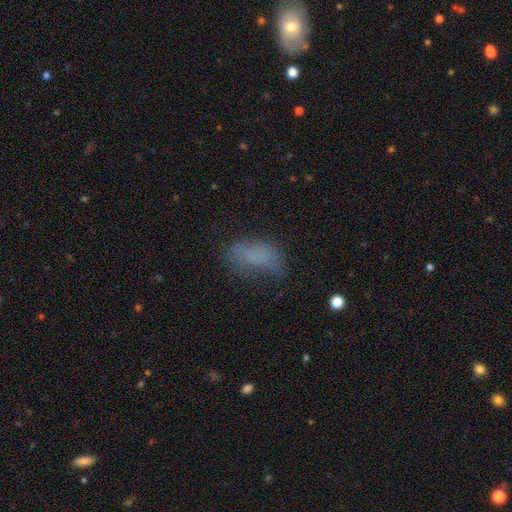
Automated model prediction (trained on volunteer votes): This is likely a smooth galaxy (73%). How rounded: clearly in between (88%). Merging: possibly none (52%).